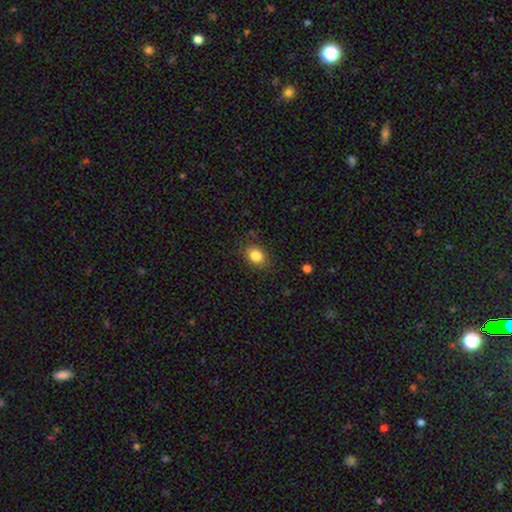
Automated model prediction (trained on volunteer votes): This is clearly a smooth galaxy (84%). How rounded: likely in between (60%). Merging: clearly none (83%).